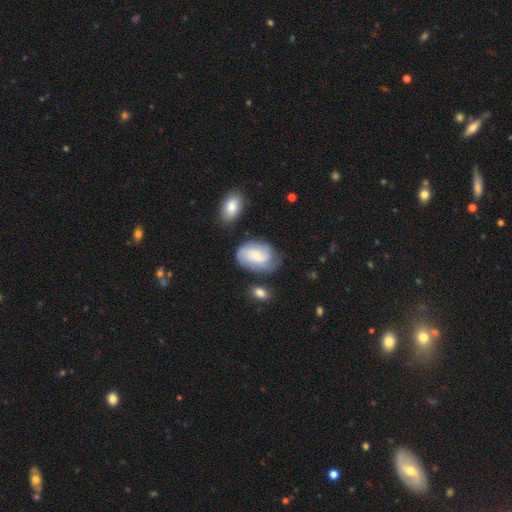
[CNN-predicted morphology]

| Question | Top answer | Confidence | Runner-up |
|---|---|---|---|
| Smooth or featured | featured or disk | 50% | smooth (42%) |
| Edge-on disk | no | 97% | yes (3%) |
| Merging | none | 62% | minor disturbance (23%) |